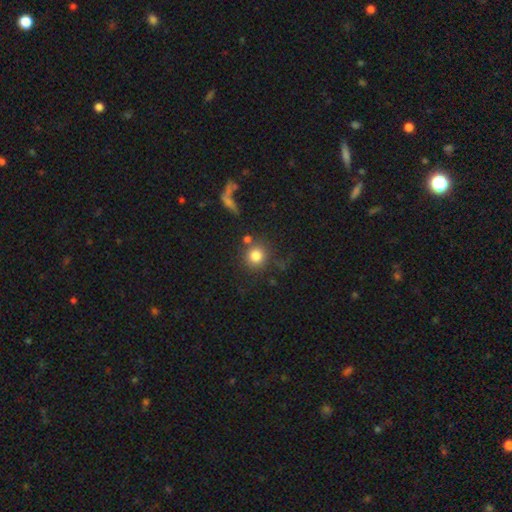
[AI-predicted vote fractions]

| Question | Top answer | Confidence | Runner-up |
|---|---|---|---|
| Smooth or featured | smooth | 81% | star or artifact (11%) |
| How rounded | round | 92% | in between (7%) |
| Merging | none | 75% | merger (10%) |